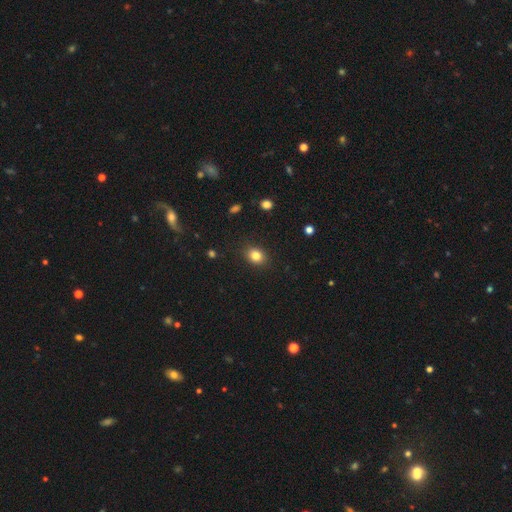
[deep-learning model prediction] Overall: smooth (83%). How rounded: round (51%; in between 48%). Merging: none (88%).